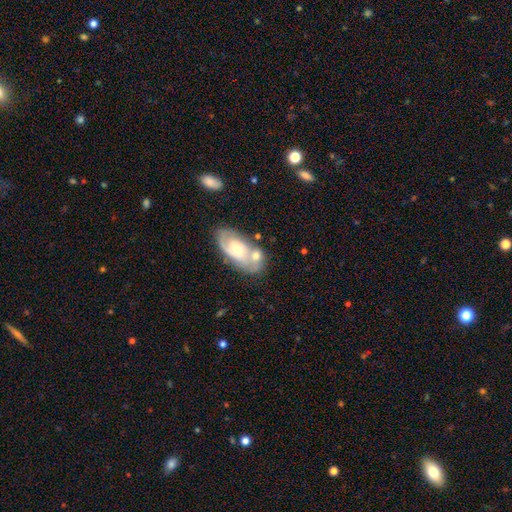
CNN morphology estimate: The model was most divided on "bar": no: 52%, weak: 39%, strong: 8%. Remaining: edge-on disk — no (92%); spiral arms — yes (72%); smooth or featured — featured or disk (56%); bulge size — moderate (56%); merging — none (48%).